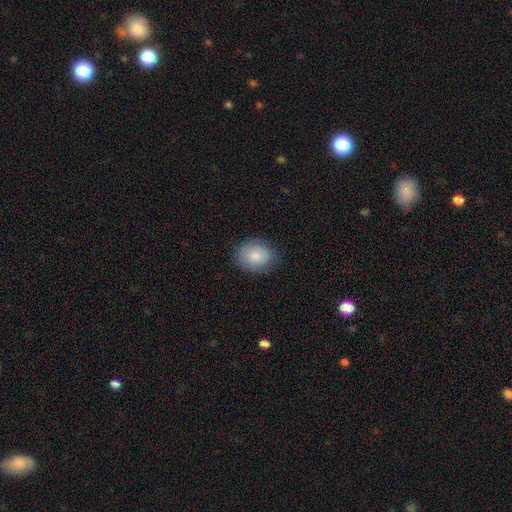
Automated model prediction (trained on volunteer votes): Smooth or featured? Predicted: smooth (p=0.84). How rounded? Predicted: round (p=0.63). Merging? Predicted: none (p=0.82).